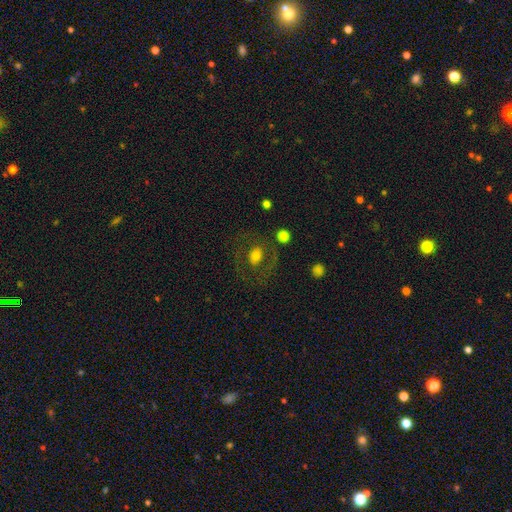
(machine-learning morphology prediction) Smooth or featured: smooth — 50% (featured or disk — 41%)
Merging: none — 70% (major disturbance — 14%)